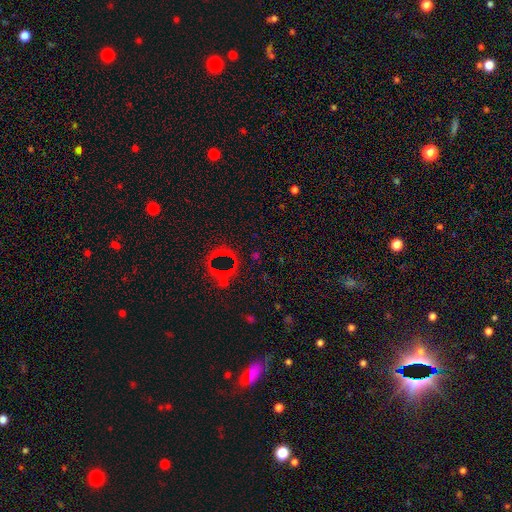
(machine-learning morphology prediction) The model was most divided on "smooth or featured": star or artifact: 61%, smooth: 24%, featured or disk: 16%.